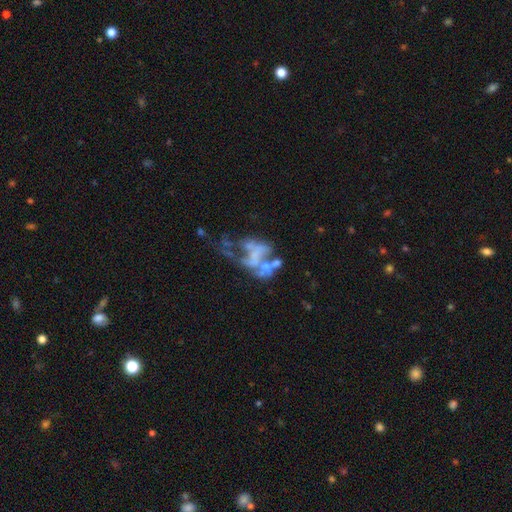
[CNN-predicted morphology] The model was most divided on "merging": major disturbance: 41%, merger: 25%, none: 22%, minor disturbance: 12%. More confident: edge-on disk — no (98%); bar — no (79%); spiral arms — no (77%); bulge size — none (71%); smooth or featured — featured or disk (70%).